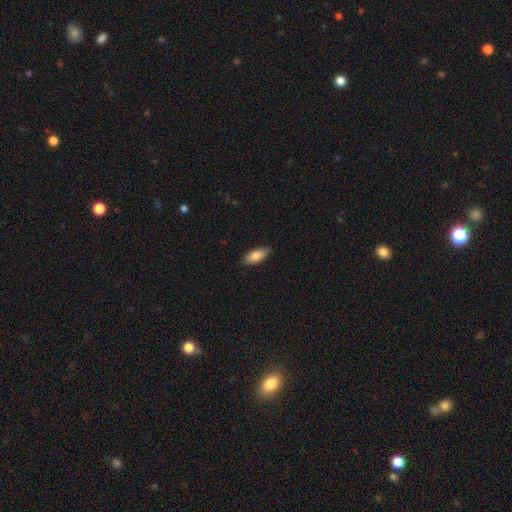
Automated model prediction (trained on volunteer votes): Smooth or featured? Predicted: smooth (p=0.82). How rounded? Predicted: in between (p=0.82). Merging? Predicted: none (p=0.85).